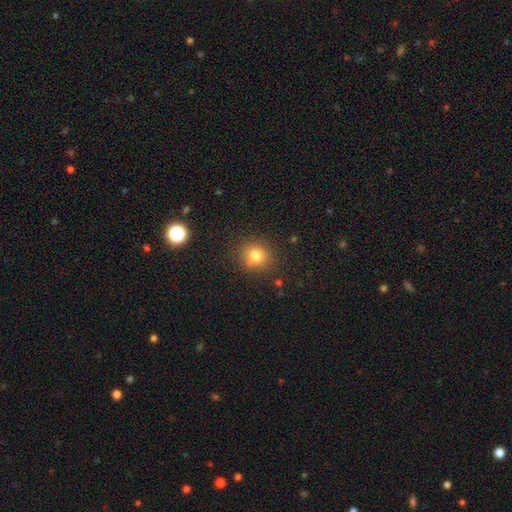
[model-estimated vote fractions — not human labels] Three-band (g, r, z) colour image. It shows a smooth galaxy with no disk features (79%) that is round (83%). Merging: none (81%).